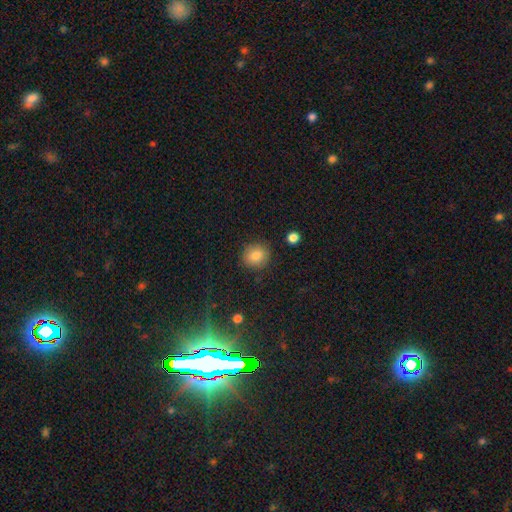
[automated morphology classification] Smooth or featured? smooth (83%)
How rounded? round (83%)
Merging? none (88%)